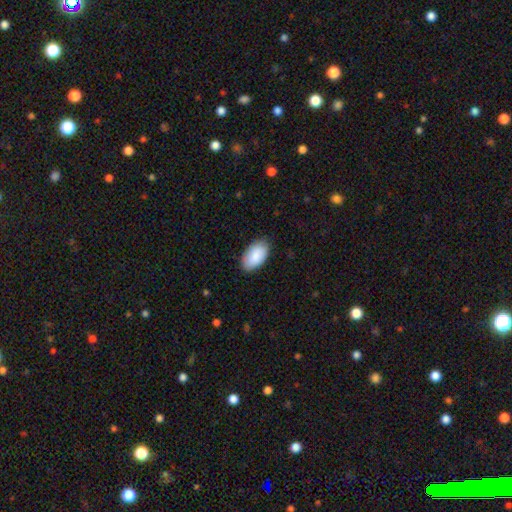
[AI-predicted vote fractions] Morphology: type=smooth (89%); roundness=in between (96%); merging=none (85%).